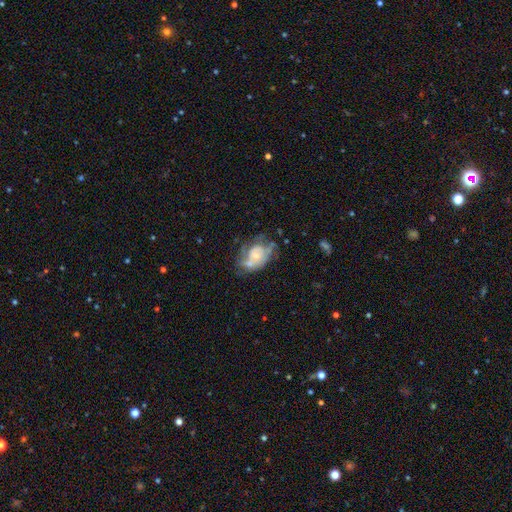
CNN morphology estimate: Smooth or featured?
  - featured or disk: 62% *
  - smooth: 29%
  - star or artifact: 8%
Edge-on disk?
  - no: 97% *
  - yes: 3%
Bar?
  - no: 78% *
  - weak: 19%
  - strong: 4%
Spiral arms?
  - yes: 58% *
  - no: 42%
Bulge size?
  - small: 55% *
  - moderate: 32%
  - none: 7%
  - large: 4%
  - dominant: 1%
Merging?
  - none: 34% *
  - minor disturbance: 27%
  - major disturbance: 27%
  - merger: 11%